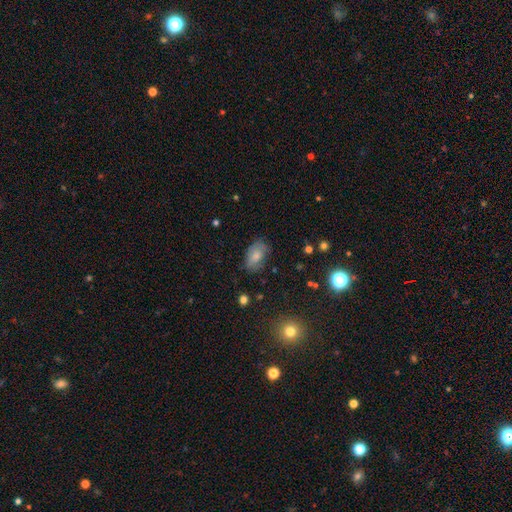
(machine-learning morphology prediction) Smooth or featured?
  - smooth: 73% *
  - featured or disk: 18%
  - star or artifact: 9%
How rounded?
  - in between: 89% *
  - round: 9%
  - cigar-shaped: 2%
Merging?
  - none: 67% *
  - minor disturbance: 24%
  - major disturbance: 7%
  - merger: 2%